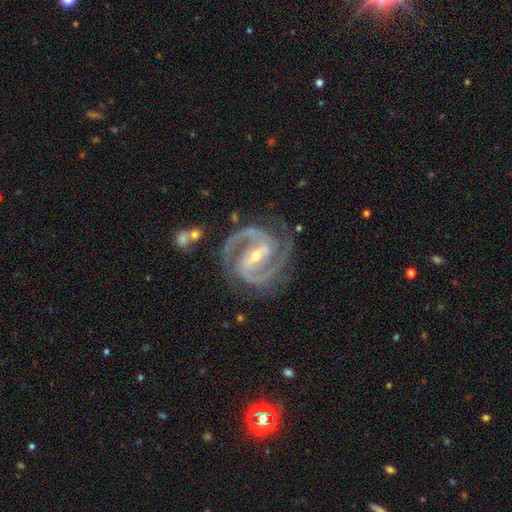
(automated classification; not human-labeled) A featured or disk galaxy (94%) with a strong bar (59%), 2 (87%) tight (50%) spiral arms (99%) and a small central bulge (53%).

Vote fractions:
- Smooth or featured? featured or disk: 94% / star or artifact: 4% / smooth: 2%
- Edge-on disk? no: 98% / yes: 2%
- Bar? strong: 59% / weak: 31% / no: 10%
- Spiral arms? yes: 99% / no: 1%
- Spiral winding? tight: 50% / medium: 46% / loose: 4%
- Spiral arm count? 2: 87% / 3: 7% / can't tell: 2% / 4: 1% / 1: 1% / more than 4: 1%
- Bulge size? small: 53% / moderate: 45% / large: 1% / none: 1% / dominant: 1%
- Merging? none: 79% / minor disturbance: 14% / major disturbance: 5% / merger: 2%